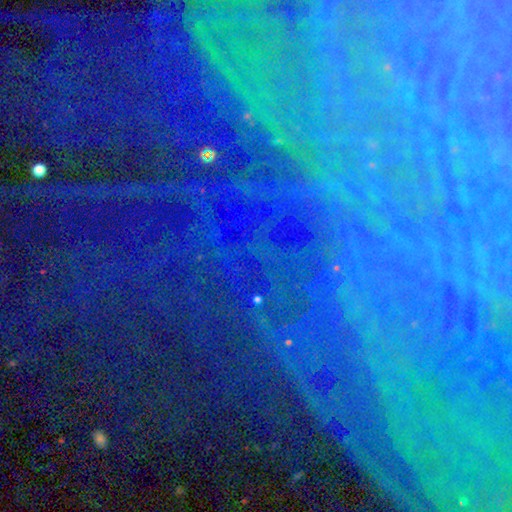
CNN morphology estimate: A star or artifact, not a galaxy (84%).